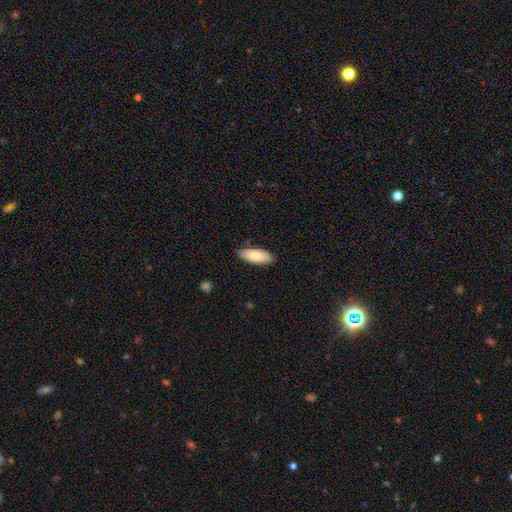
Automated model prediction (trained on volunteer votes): A smooth galaxy with no disk features (78%) that is in between round and cigar-shaped (80%).

Vote fractions:
- Smooth or featured? smooth: 78% / featured or disk: 16% / star or artifact: 6%
- How rounded? in between: 80% / cigar-shaped: 18% / round: 2%
- Merging? none: 85% / minor disturbance: 11% / major disturbance: 2% / merger: 1%